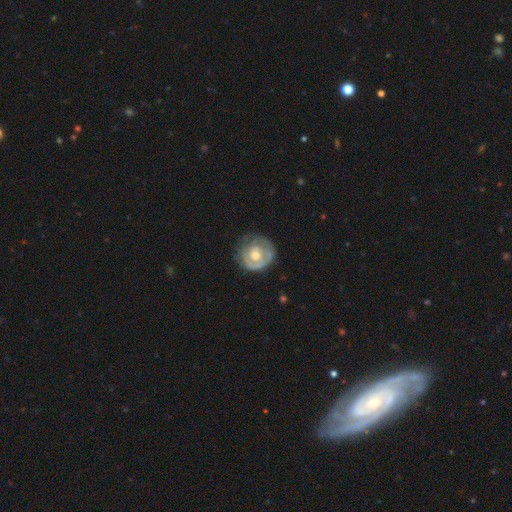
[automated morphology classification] A featured or disk galaxy (59%) with no bar (83%), spiral arms (55%) and a moderate central bulge (63%). Merging: none (62%).